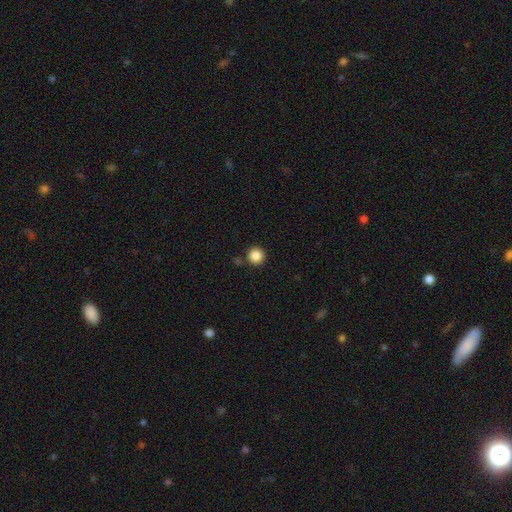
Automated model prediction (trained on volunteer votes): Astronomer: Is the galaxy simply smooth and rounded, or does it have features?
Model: smooth — 86%.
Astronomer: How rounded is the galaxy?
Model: round — 95%.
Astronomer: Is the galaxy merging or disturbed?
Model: none — 88%.